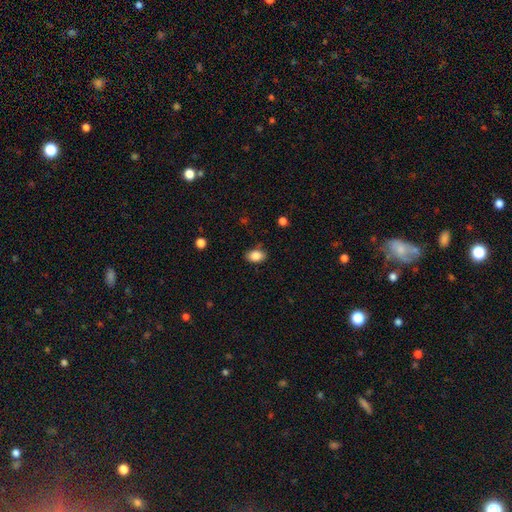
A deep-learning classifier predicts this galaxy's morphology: smooth 86%, star or artifact 9%, featured or disk 6%. Down the decision tree: how rounded — in between (81%); merging — none (84%).